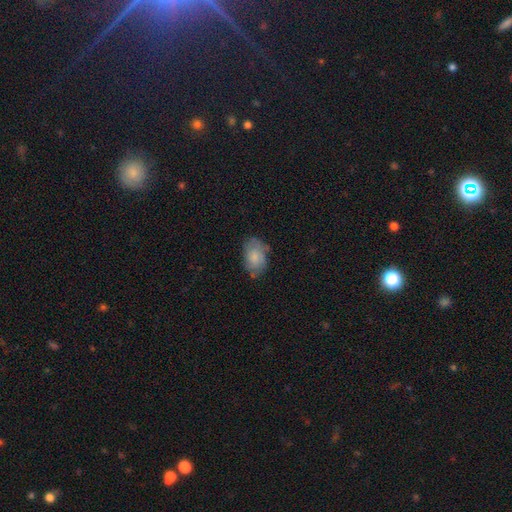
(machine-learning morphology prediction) Smooth or featured?
  - smooth: 72% *
  - featured or disk: 21%
  - star or artifact: 8%
How rounded?
  - in between: 85% *
  - round: 13%
  - cigar-shaped: 1%
Merging?
  - none: 62% *
  - minor disturbance: 28%
  - major disturbance: 8%
  - merger: 3%